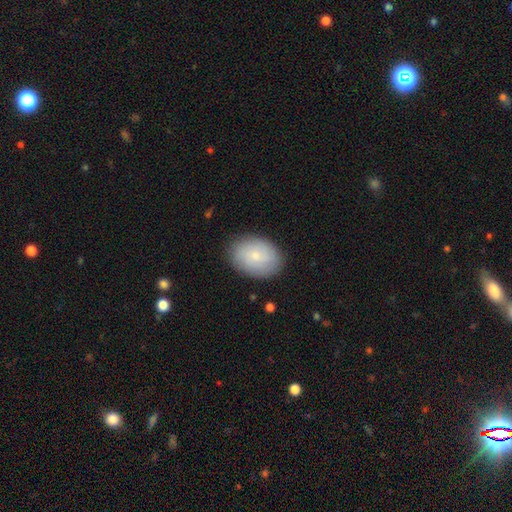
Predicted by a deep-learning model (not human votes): The model was most divided on "smooth or featured": smooth: 71%, featured or disk: 21%, star or artifact: 7%. More confident: merging — none (85%); how rounded — in between (79%).